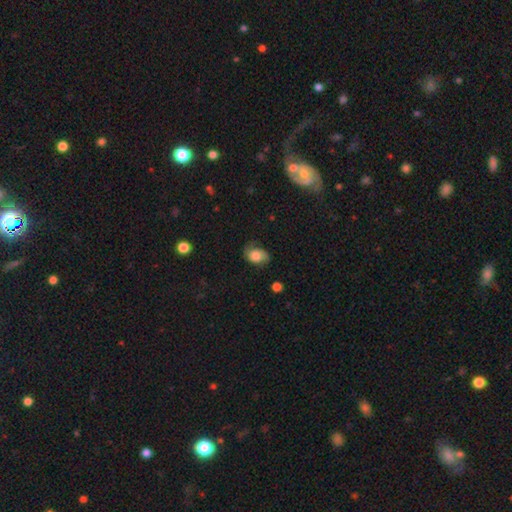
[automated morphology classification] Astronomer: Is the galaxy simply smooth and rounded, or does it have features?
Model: smooth — 65%.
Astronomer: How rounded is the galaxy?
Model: in between — 77%.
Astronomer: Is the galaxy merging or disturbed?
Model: none — 56%.